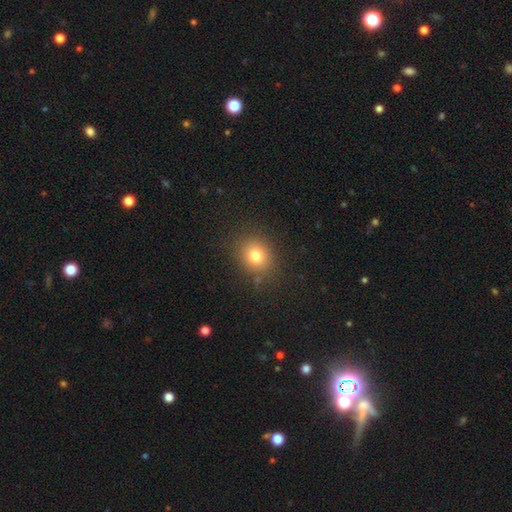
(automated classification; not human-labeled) Smooth or featured: smooth — 78% (star or artifact — 13%)
How rounded: round — 71% (in between — 28%)
Merging: none — 84% (minor disturbance — 10%)